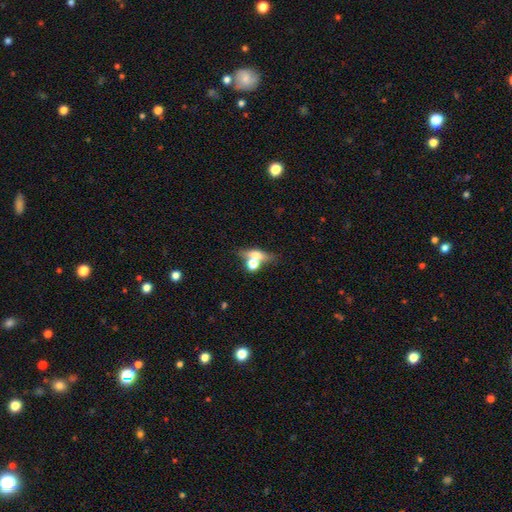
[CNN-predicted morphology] smooth_or_featured: smooth (p=0.56) [alt: featured or disk p=0.32]
how_rounded: in between (p=0.46) [alt: cigar-shaped p=0.30]
merging: none (p=0.45) [alt: merger p=0.37]